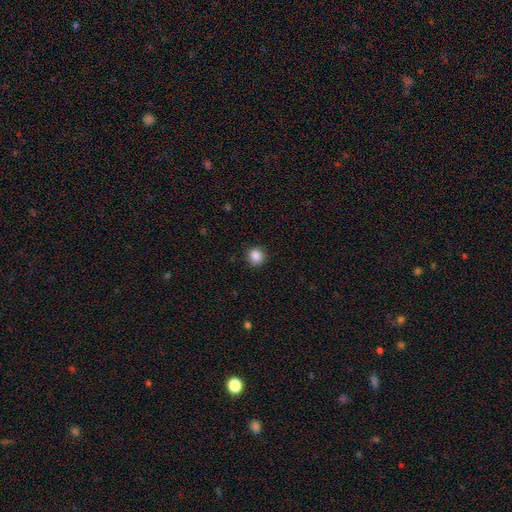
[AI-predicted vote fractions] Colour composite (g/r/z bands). It shows a smooth galaxy with no disk features (87%) that is round (88%). Merging: none (88%).